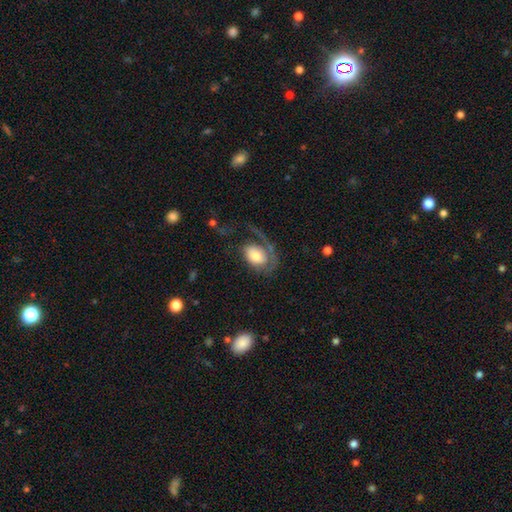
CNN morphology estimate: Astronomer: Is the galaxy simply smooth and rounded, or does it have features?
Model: featured or disk — 53% (runner-up: smooth, 40%).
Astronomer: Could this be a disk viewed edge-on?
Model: no — 96%.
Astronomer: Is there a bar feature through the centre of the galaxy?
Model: no — 74%.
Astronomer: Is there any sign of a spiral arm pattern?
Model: yes — 76%.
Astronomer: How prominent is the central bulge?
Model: moderate — 41% (runner-up: large, 32%).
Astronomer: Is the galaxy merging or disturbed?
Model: major disturbance — 46% (runner-up: none, 34%).